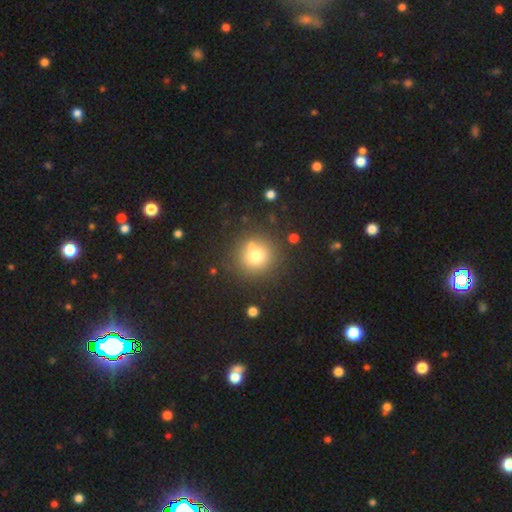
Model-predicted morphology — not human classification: smooth 72%, star or artifact 15%, featured or disk 12%. Down the decision tree: how rounded — round (92%); merging — none (76%).